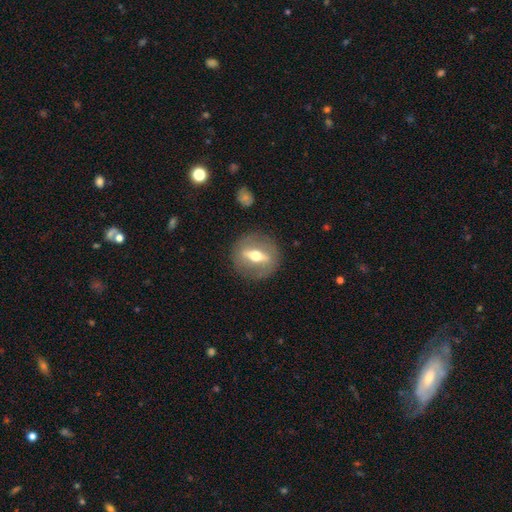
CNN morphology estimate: smooth_or_featured: featured or disk (p=0.69) [alt: smooth p=0.24]
disk_edge_on: no (p=0.52) [alt: yes p=0.48]
merging: none (p=0.86) [alt: minor disturbance p=0.09]